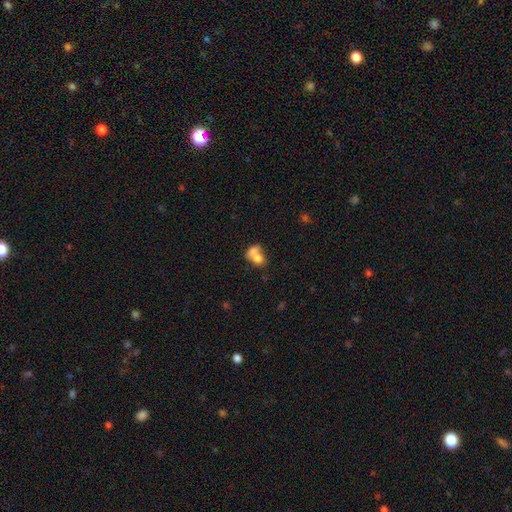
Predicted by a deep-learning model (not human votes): Smooth or featured: smooth — 71% (featured or disk — 20%)
How rounded: in between — 61% (round — 37%)
Merging: merger — 71% (none — 17%)